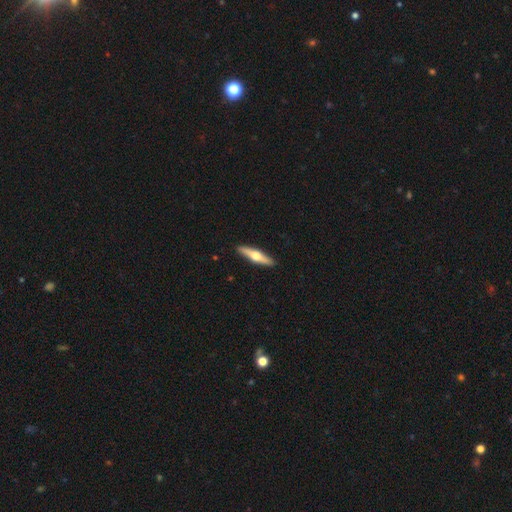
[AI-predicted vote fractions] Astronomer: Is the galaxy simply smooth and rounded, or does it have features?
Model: featured or disk — 57% (runner-up: smooth, 38%).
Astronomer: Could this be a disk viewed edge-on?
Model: yes — 95%.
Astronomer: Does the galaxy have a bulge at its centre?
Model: rounded — 94%.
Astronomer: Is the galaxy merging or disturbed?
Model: none — 92%.